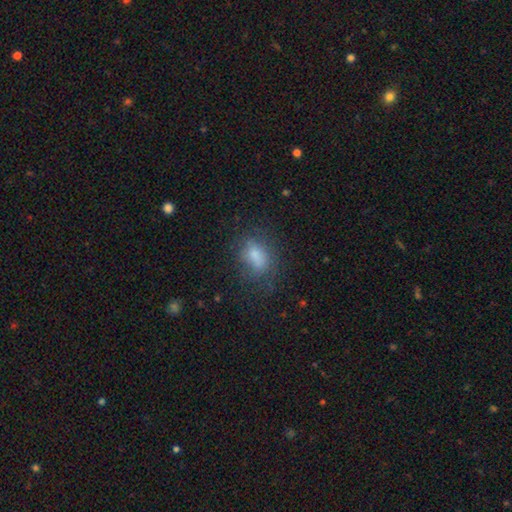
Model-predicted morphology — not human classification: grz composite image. It shows a smooth galaxy with no disk features (71%) that is in between round and cigar-shaped (76%). Merging: none (61%).